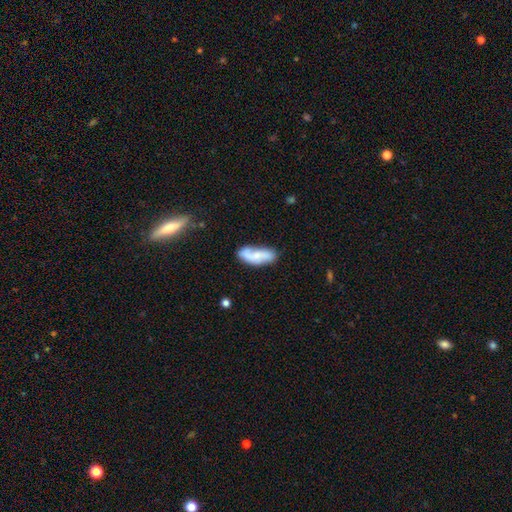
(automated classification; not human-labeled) Overall: smooth (49%; featured or disk 44%). Merging: none (62%; minor disturbance 24%).